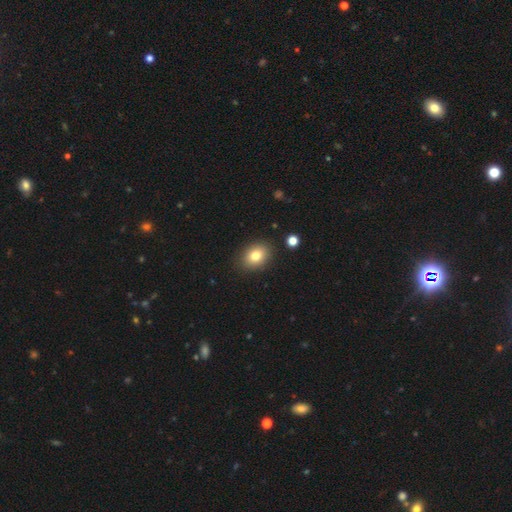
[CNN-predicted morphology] A smooth galaxy with no disk features (79%) that is in between round and cigar-shaped (64%).

Vote fractions:
- Smooth or featured? smooth: 79% / star or artifact: 10% / featured or disk: 10%
- How rounded? in between: 64% / round: 35% / cigar-shaped: 1%
- Merging? none: 87% / minor disturbance: 9% / major disturbance: 2% / merger: 2%